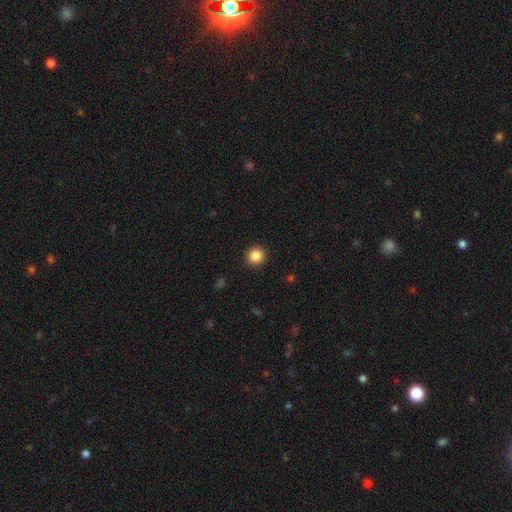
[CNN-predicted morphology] Smooth or featured: smooth — 86% (star or artifact — 10%)
How rounded: round — 94% (in between — 5%)
Merging: none — 92% (minor disturbance — 5%)